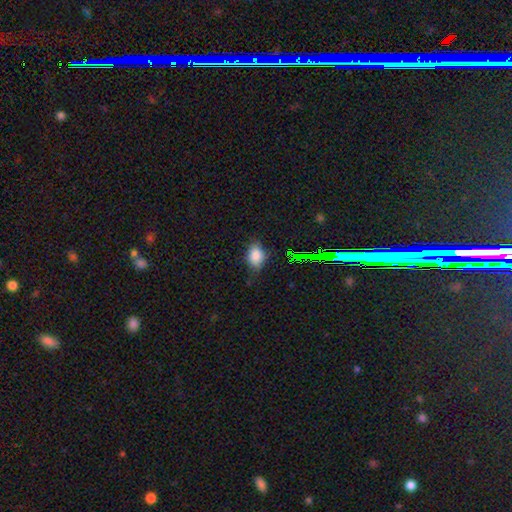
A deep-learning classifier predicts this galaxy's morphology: Smooth or featured?
  - smooth: 80% *
  - star or artifact: 13%
  - featured or disk: 7%
How rounded?
  - in between: 77% *
  - round: 22%
  - cigar-shaped: 2%
Merging?
  - none: 73% *
  - minor disturbance: 21%
  - major disturbance: 4%
  - merger: 2%